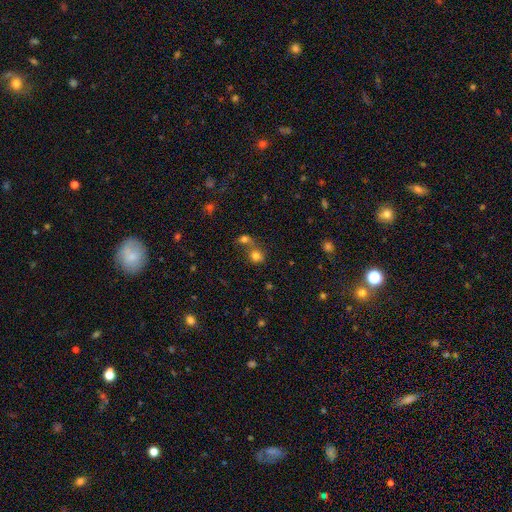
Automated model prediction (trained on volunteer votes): Smooth or featured?
  - smooth: 76% *
  - star or artifact: 14%
  - featured or disk: 9%
How rounded?
  - round: 77% *
  - in between: 21%
  - cigar-shaped: 1%
Merging?
  - merger: 49% *
  - none: 38%
  - minor disturbance: 8%
  - major disturbance: 5%